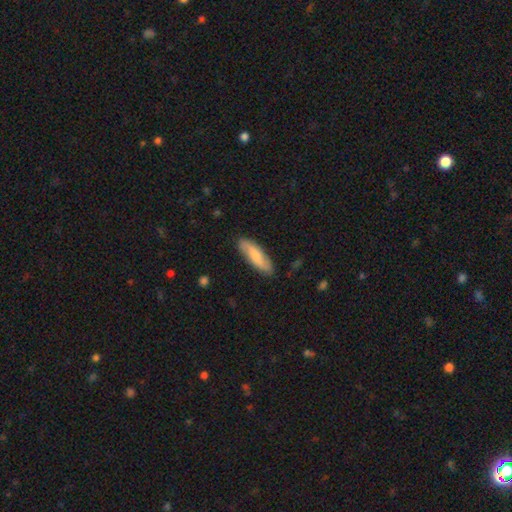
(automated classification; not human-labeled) smooth-or-featured: smooth: 66% | featured or disk: 28% | star or artifact: 5%
  how-rounded: cigar-shaped: 53% | in between: 45% | round: 2%
  merging: none: 84% | minor disturbance: 12% | major disturbance: 2% | merger: 1%